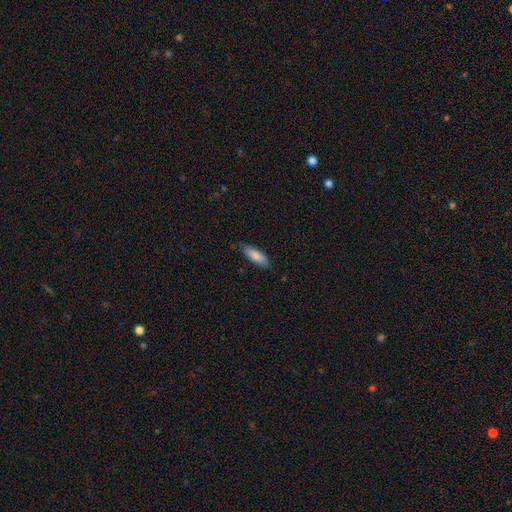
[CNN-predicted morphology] This appears to be a smooth galaxy with no disk features (83%) that is in between round and cigar-shaped (52%). Merging: none (81%).